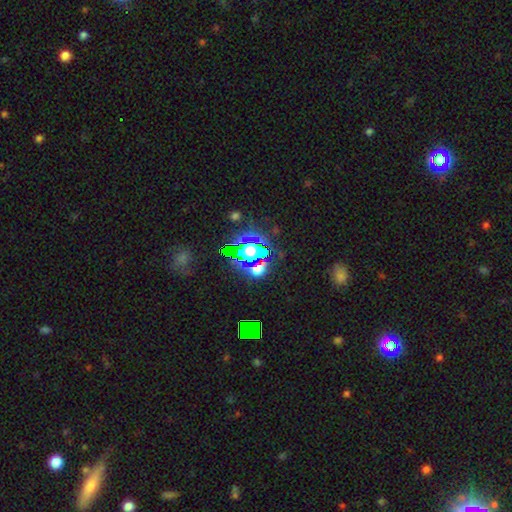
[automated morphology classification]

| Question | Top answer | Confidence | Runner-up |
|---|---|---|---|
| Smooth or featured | star or artifact | 58% | smooth (28%) |